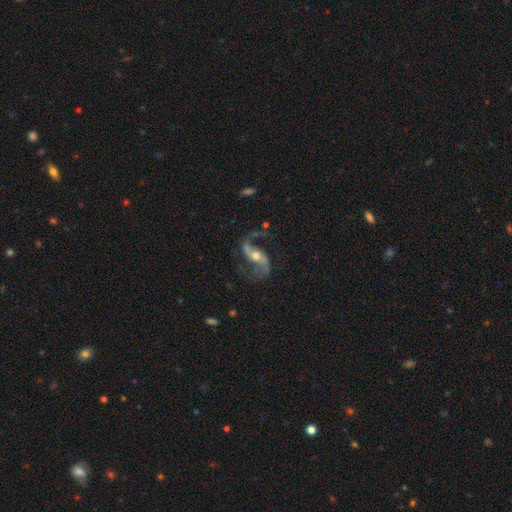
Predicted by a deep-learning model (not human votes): Smooth or featured?
  - featured or disk: 90% *
  - smooth: 5%
  - star or artifact: 5%
Edge-on disk?
  - no: 96% *
  - yes: 4%
Bar?
  - no: 36% *
  - weak: 33%
  - strong: 32%
Spiral arms?
  - yes: 97% *
  - no: 3%
Spiral winding?
  - loose: 70% *
  - medium: 25%
  - tight: 5%
Spiral arm count?
  - 2: 93% *
  - 1: 2%
  - can't tell: 2%
  - 3: 1%
  - 4: 1%
  - more than 4: 1%
Bulge size?
  - moderate: 66% *
  - small: 27%
  - large: 5%
  - none: 1%
  - dominant: 1%
Merging?
  - none: 70% *
  - minor disturbance: 15%
  - major disturbance: 12%
  - merger: 2%